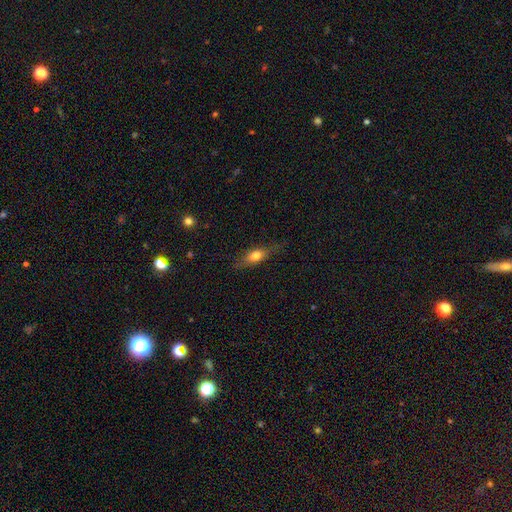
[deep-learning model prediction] Overall: smooth (64%; featured or disk 28%). How rounded: in between (58%; cigar-shaped 37%). Merging: none (74%).